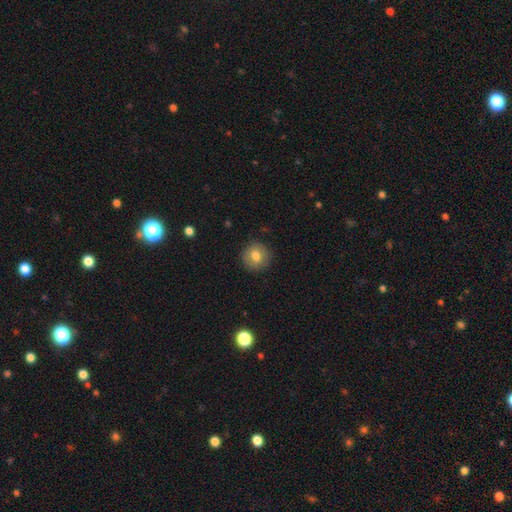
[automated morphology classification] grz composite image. It shows a smooth galaxy with no disk features (75%) that is round (88%). Merging: none (88%).